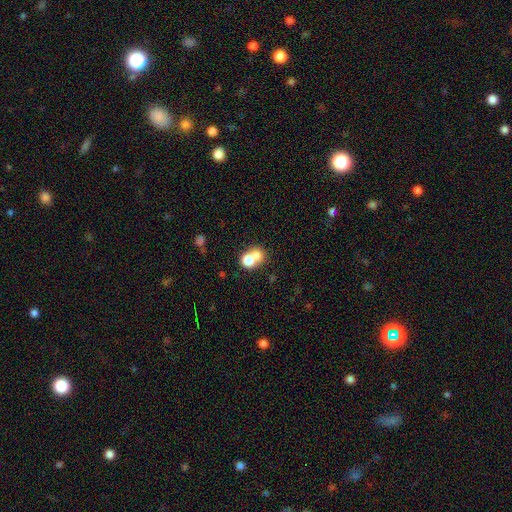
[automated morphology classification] This appears to be a smooth galaxy with no disk features (72%) that is round (68%). Merging: merger (64%).